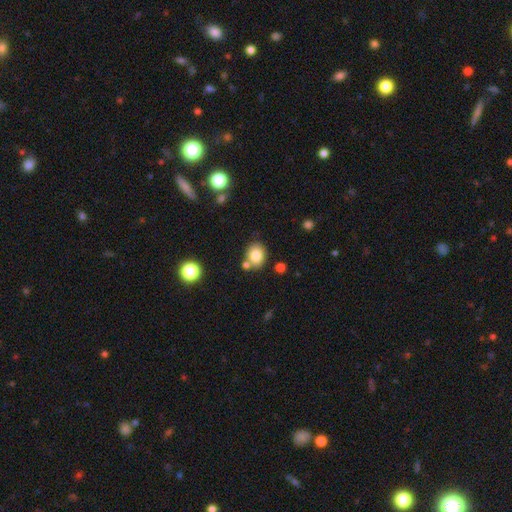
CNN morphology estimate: This appears to be a smooth galaxy with no disk features (81%) that is round (61%). Merging: none (71%).